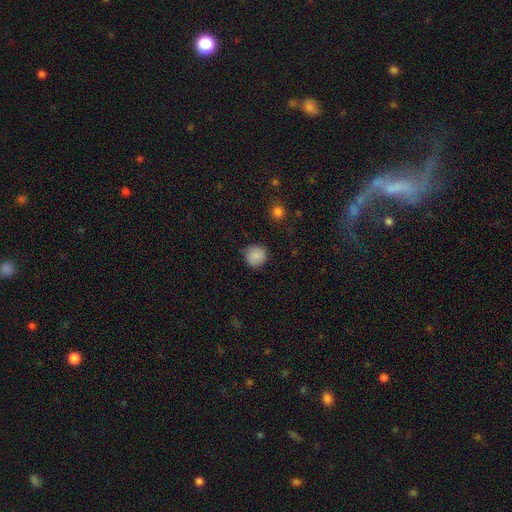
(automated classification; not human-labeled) smooth_or_featured: smooth (p=0.86) [alt: star or artifact p=0.08]
how_rounded: round (p=0.92) [alt: in between p=0.07]
merging: none (p=0.82) [alt: minor disturbance p=0.14]